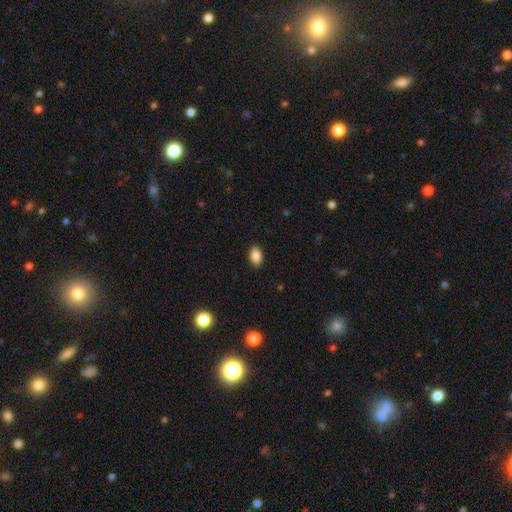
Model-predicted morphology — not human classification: Smooth or featured: smooth — 87% (star or artifact — 8%)
How rounded: in between — 90% (round — 7%)
Merging: none — 89% (minor disturbance — 8%)